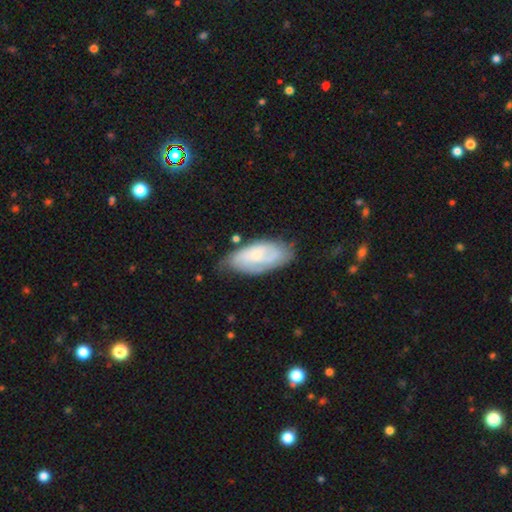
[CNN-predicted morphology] This appears to be a featured or disk galaxy (49%). Merging: none (58%).